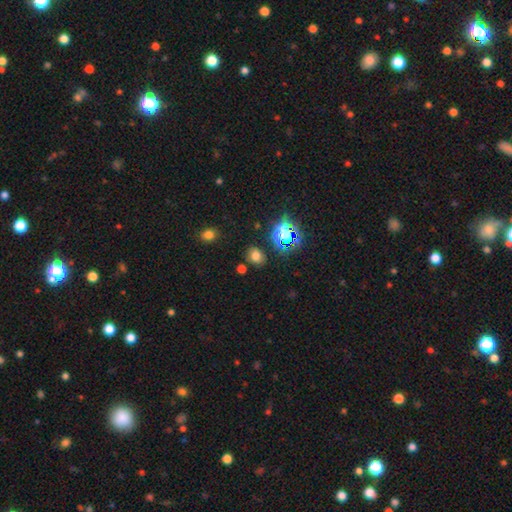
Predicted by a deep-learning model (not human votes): The model was most divided on "how rounded": in between: 51%, round: 48%, cigar-shaped: 1%. More confident: merging — none (82%); smooth or featured — smooth (67%).